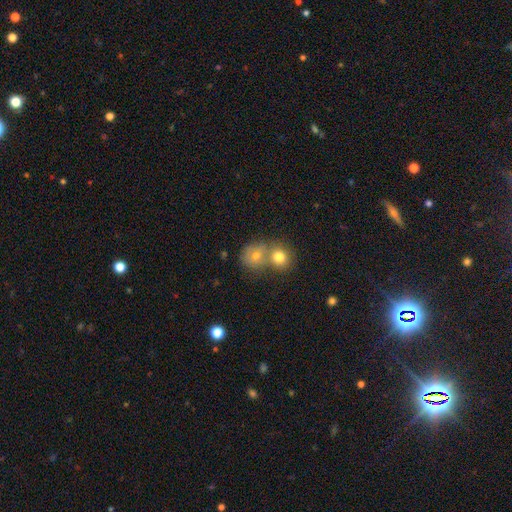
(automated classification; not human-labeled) This appears to be a smooth galaxy with no disk features (72%) that is round (77%). Merging: merger (54%).